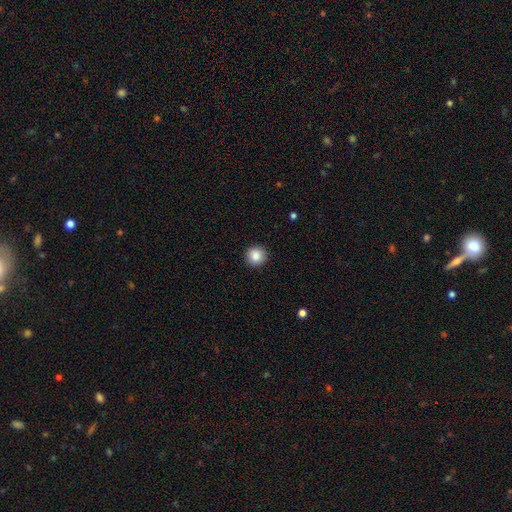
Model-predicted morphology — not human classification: Overall: smooth (87%). How rounded: round (93%). Merging: none (91%).